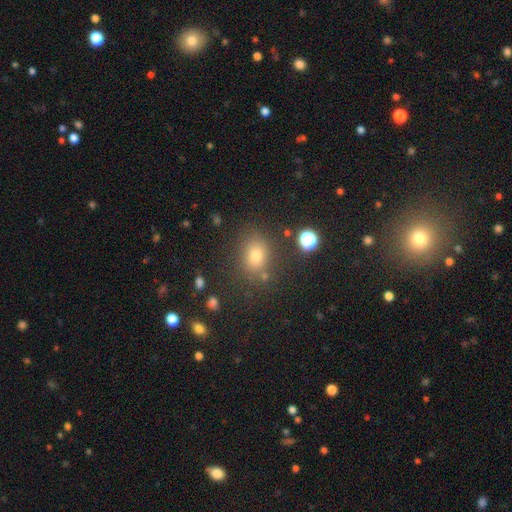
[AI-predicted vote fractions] smooth_or_featured: smooth (p=0.73) [alt: star or artifact p=0.18]
how_rounded: in between (p=0.49) [tied with: round p=0.49]
merging: none (p=0.78) [alt: minor disturbance p=0.12]